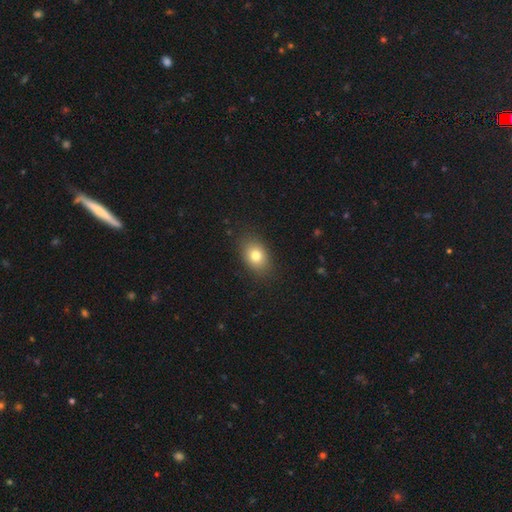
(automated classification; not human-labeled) This appears to be a smooth galaxy with no disk features (78%) that is in between round and cigar-shaped (70%). Merging: none (85%).